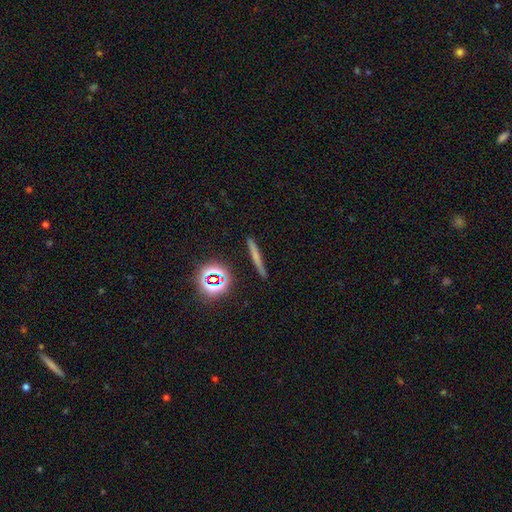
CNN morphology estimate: smooth-or-featured: smooth: 54% | featured or disk: 27% | star or artifact: 19%
  how-rounded: cigar-shaped: 90% | round: 6% | in between: 4%
  merging: none: 87% | minor disturbance: 8% | major disturbance: 2% | merger: 2%